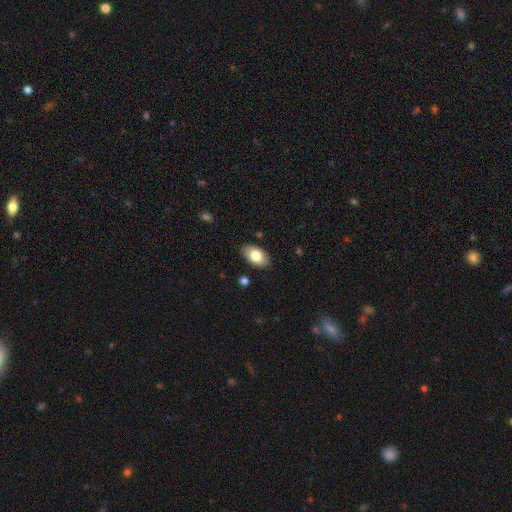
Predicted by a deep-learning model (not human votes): Morphology: type=smooth (80%); roundness=in between (94%); merging=none (86%).